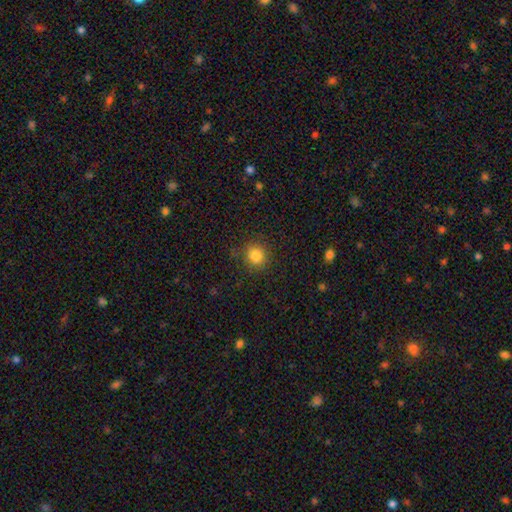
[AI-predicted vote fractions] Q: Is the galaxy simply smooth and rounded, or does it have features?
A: smooth — 82%.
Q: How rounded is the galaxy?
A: round — 90%.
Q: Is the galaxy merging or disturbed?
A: none — 85%.